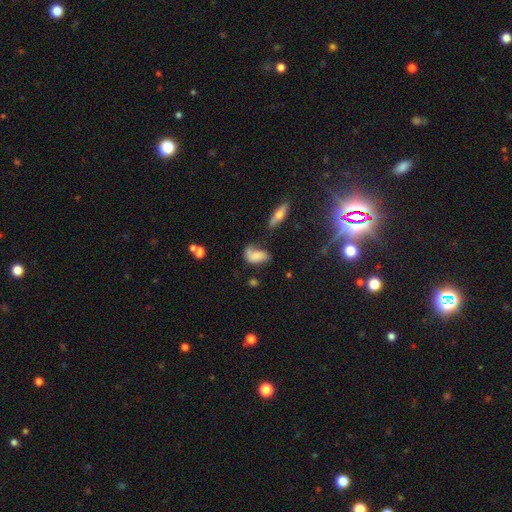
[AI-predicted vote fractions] smooth_or_featured: smooth (p=0.58) [alt: featured or disk p=0.31]
how_rounded: in between (p=0.89) [alt: round p=0.07]
merging: none (p=0.36) [alt: minor disturbance p=0.28]